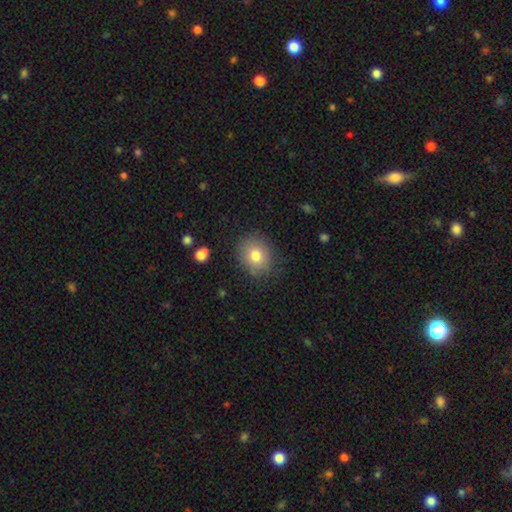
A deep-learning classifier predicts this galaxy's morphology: Q: Smooth or featured?
A: smooth (77%); runner-up: featured or disk (13%)
Q: How rounded?
A: round (64%); runner-up: in between (35%)
Q: Merging?
A: none (82%); runner-up: minor disturbance (12%)